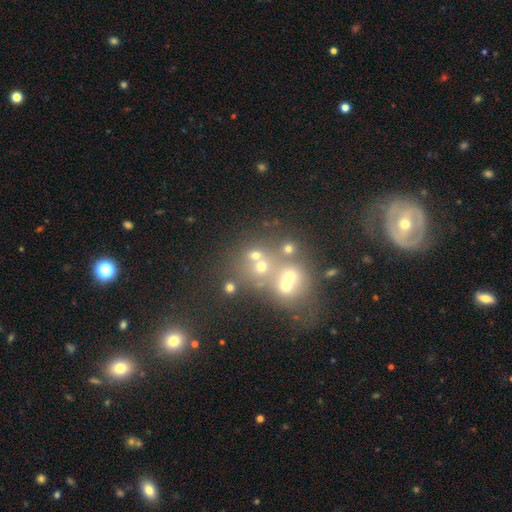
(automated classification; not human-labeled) A smooth galaxy with no disk features (43%). Merging: none (49%).